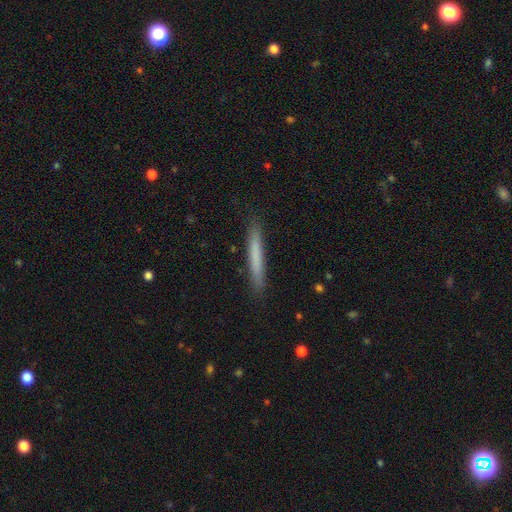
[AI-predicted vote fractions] Overall: smooth (72%). How rounded: cigar-shaped (96%). Merging: none (89%).